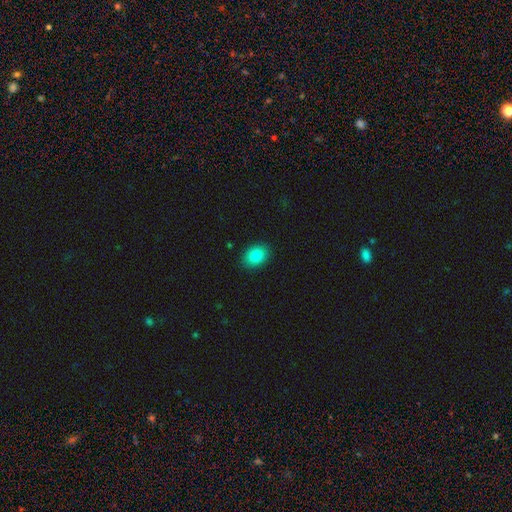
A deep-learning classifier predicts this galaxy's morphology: smooth 83%, star or artifact 9%, featured or disk 7%. Down the decision tree: how rounded — in between (70%); merging — none (89%).